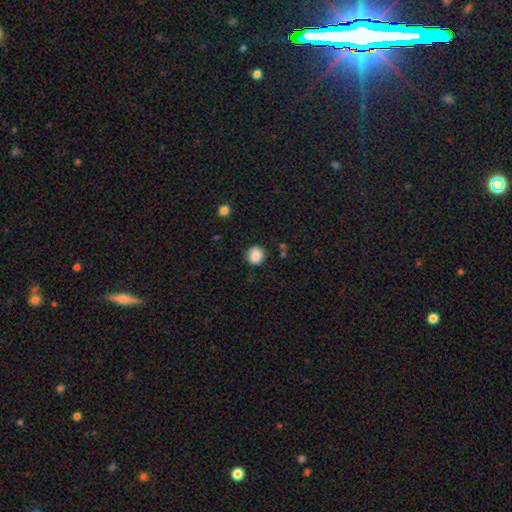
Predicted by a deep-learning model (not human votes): This appears to be a smooth galaxy with no disk features (86%) that is round (88%). Merging: none (86%).